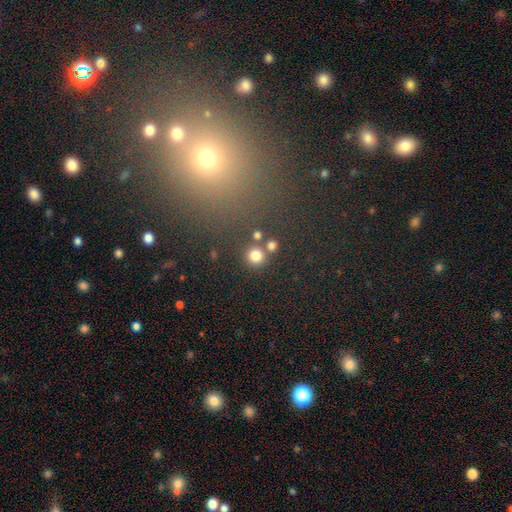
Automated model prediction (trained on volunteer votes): smooth 80%, star or artifact 14%, featured or disk 6%. Down the decision tree: how rounded — round (93%); merging — none (77%).